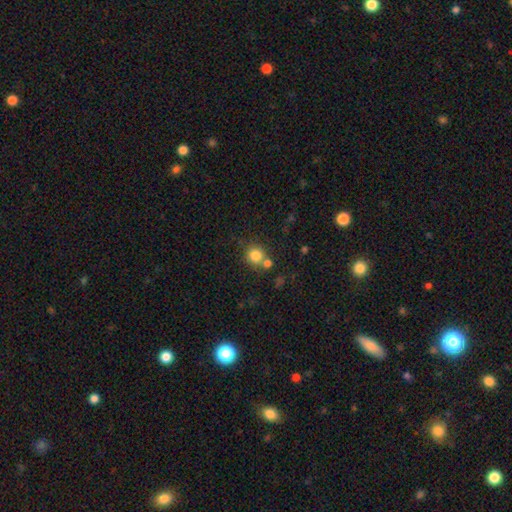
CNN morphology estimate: The model was most divided on "merging": none: 63%, merger: 23%, minor disturbance: 10%, major disturbance: 4%. More confident: how rounded — round (88%); smooth or featured — smooth (82%).